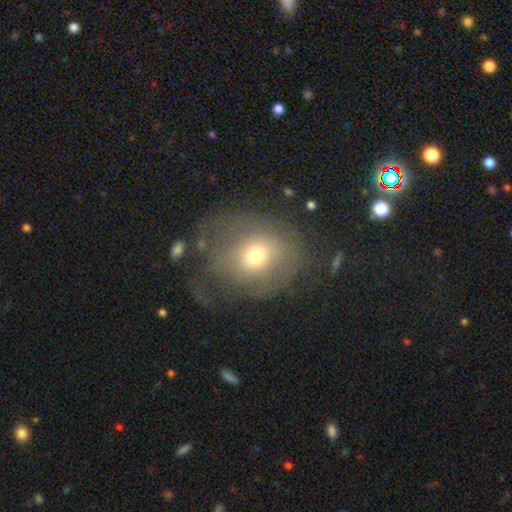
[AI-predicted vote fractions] Smooth or featured?
  - smooth: 61% *
  - featured or disk: 26%
  - star or artifact: 13%
How rounded?
  - round: 74% *
  - in between: 25%
  - cigar-shaped: 1%
Merging?
  - none: 51% *
  - major disturbance: 26%
  - minor disturbance: 21%
  - merger: 3%